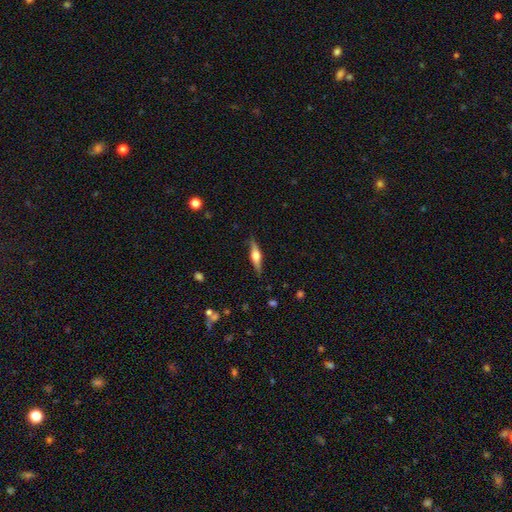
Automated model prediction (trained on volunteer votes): Smooth or featured?
  - featured or disk: 63% *
  - smooth: 31%
  - star or artifact: 6%
Edge-on disk?
  - yes: 96% *
  - no: 4%
Edge-on bulge?
  - rounded: 91% *
  - boxy: 6%
  - none: 2%
Merging?
  - none: 87% *
  - minor disturbance: 10%
  - major disturbance: 2%
  - merger: 1%